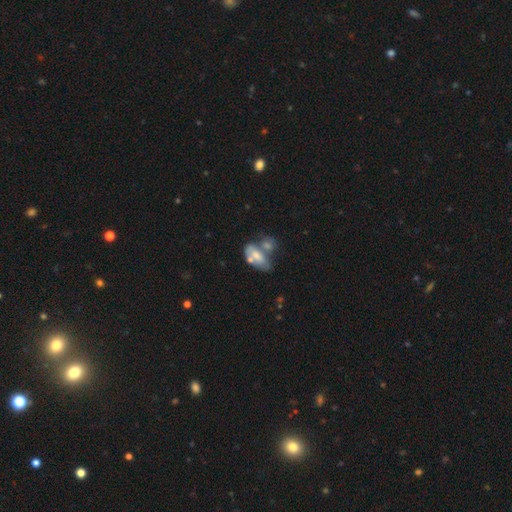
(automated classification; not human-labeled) Smooth or featured?
  - smooth: 57% *
  - featured or disk: 36%
  - star or artifact: 8%
How rounded?
  - in between: 89% *
  - round: 7%
  - cigar-shaped: 5%
Merging?
  - merger: 54% *
  - none: 19%
  - minor disturbance: 14%
  - major disturbance: 12%